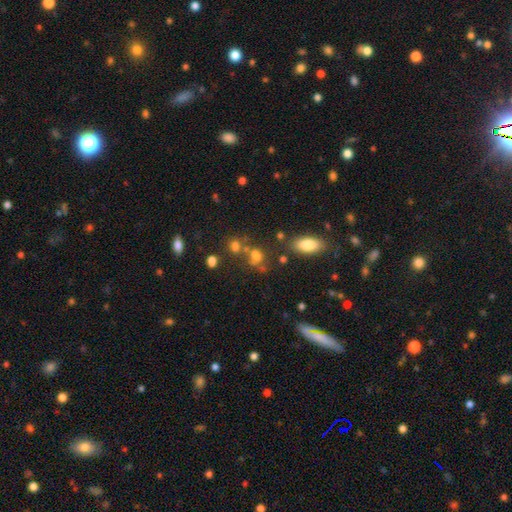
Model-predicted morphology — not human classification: type=smooth (65%); roundness=round (49%); merging=none (46%).